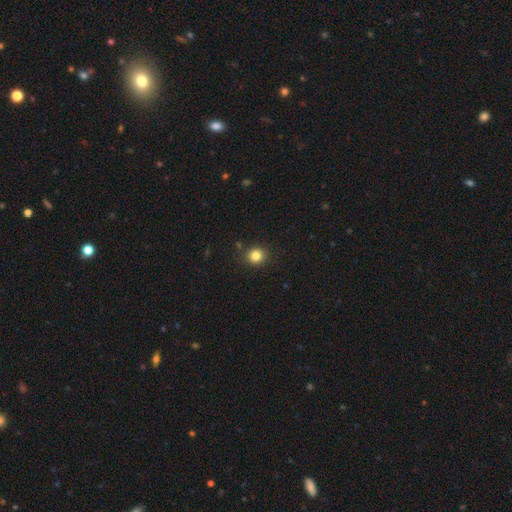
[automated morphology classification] This is clearly a smooth galaxy (82%). How rounded: clearly round (87%). Merging: clearly none (89%).